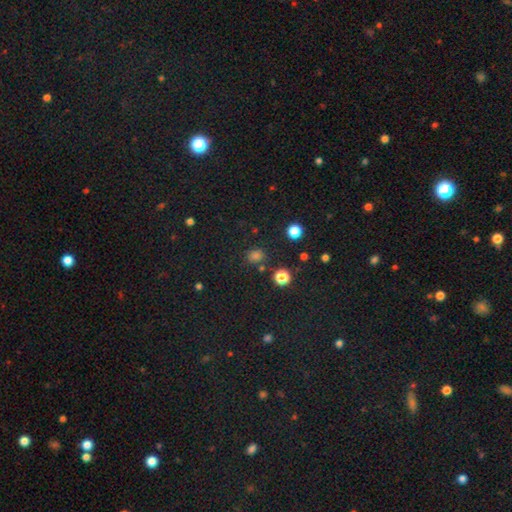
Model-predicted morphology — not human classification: Smooth or featured? Predicted: smooth (p=0.70). How rounded? Predicted: round (p=0.66). Merging? Predicted: none (p=0.78).